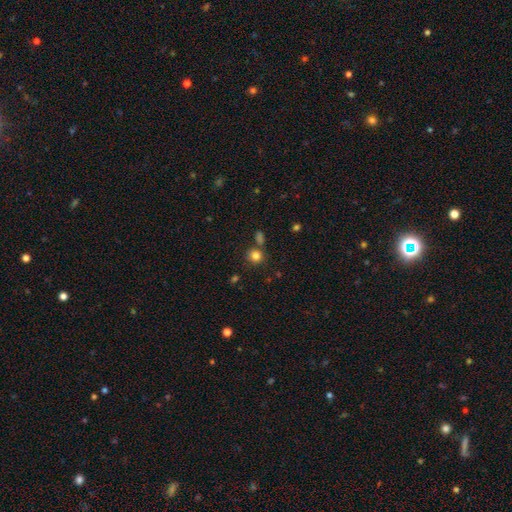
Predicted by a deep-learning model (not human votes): Smooth or featured?
  - smooth: 82% *
  - star or artifact: 13%
  - featured or disk: 5%
How rounded?
  - round: 87% *
  - in between: 12%
  - cigar-shaped: 1%
Merging?
  - none: 75% *
  - merger: 12%
  - minor disturbance: 10%
  - major disturbance: 4%